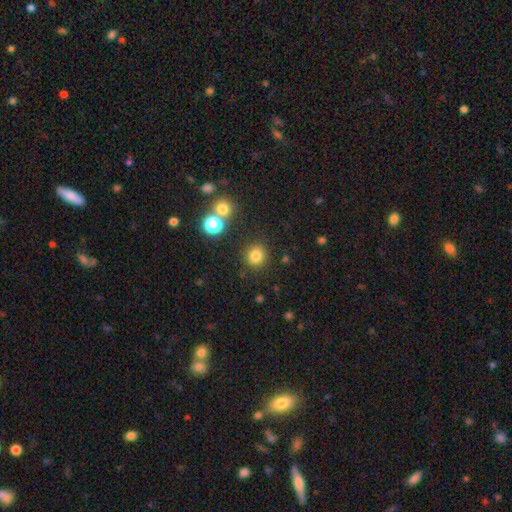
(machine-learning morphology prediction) type=smooth (80%); roundness=round (85%); merging=none (85%).